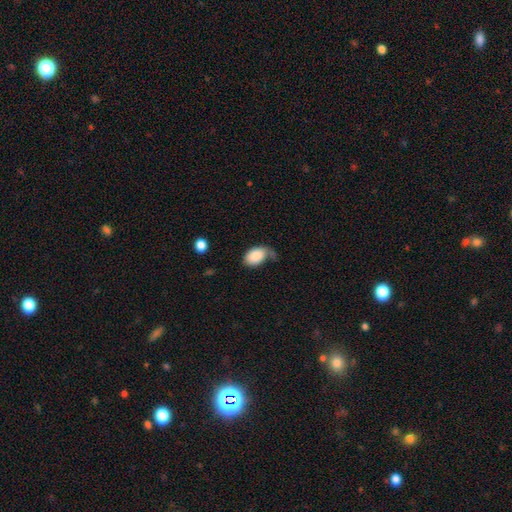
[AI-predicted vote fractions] Smooth or featured? smooth (87%)
How rounded? in between (88%)
Merging? none (43%)